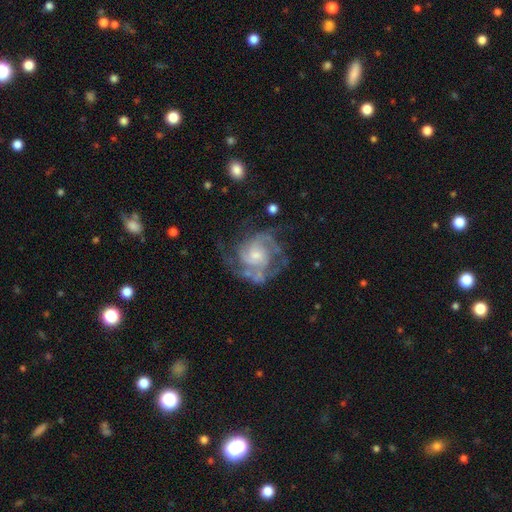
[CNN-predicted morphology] smooth_or_featured: featured or disk (p=0.87) [alt: smooth p=0.07]
disk_edge_on: no (p=0.98) [alt: yes p=0.02]
bar: no (p=0.65) [alt: weak p=0.30]
has_spiral_arms: yes (p=0.95) [alt: no p=0.05]
spiral_winding: tight (p=0.46) [alt: medium p=0.43]
spiral_arm_count: 2 (p=0.40) [alt: 3 p=0.24]
bulge_size: small (p=0.50) [alt: moderate p=0.39]
merging: none (p=0.63) [alt: minor disturbance p=0.19]